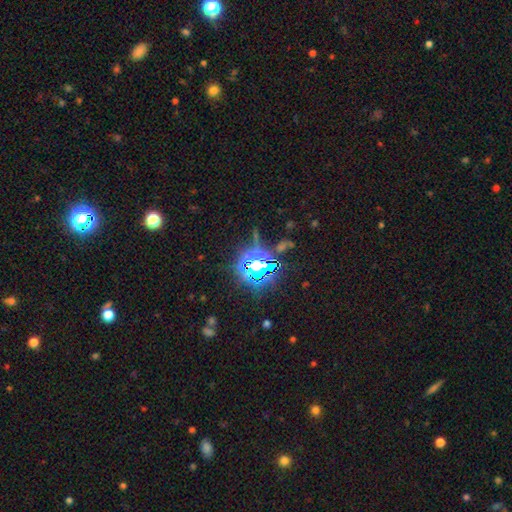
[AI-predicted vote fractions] The model was most divided on "smooth or featured": star or artifact: 81%, smooth: 11%, featured or disk: 8%.